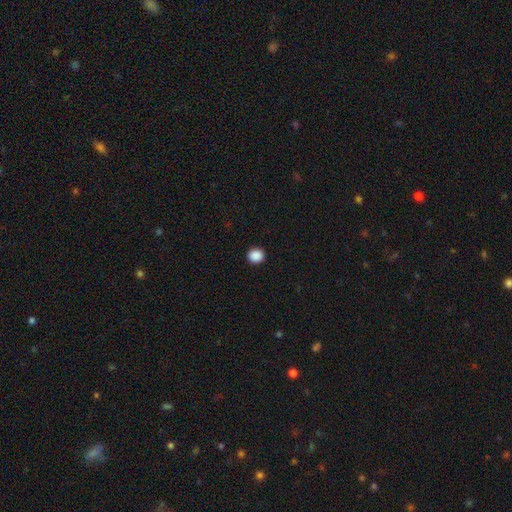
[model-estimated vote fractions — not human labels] Morphology: type=smooth (89%); roundness=round (82%); merging=none (92%).